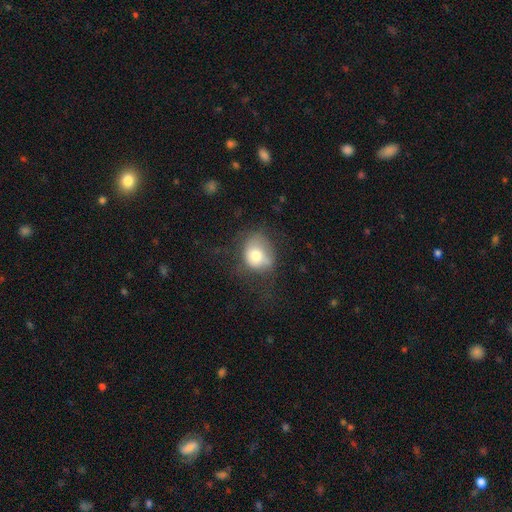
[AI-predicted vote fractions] smooth 70%, featured or disk 20%, star or artifact 10%. Down the decision tree: how rounded — round (57%); merging — none (43%).